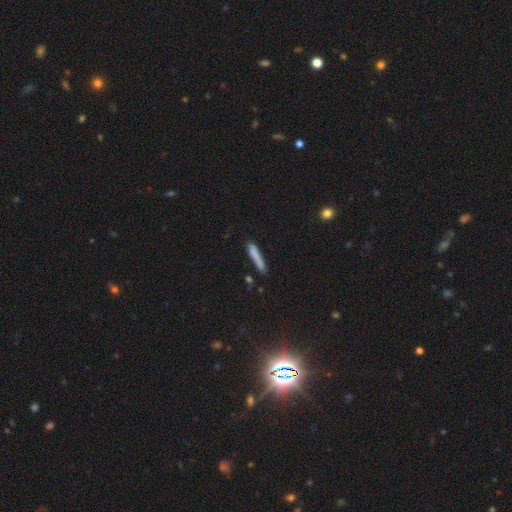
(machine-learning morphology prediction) smooth_or_featured: smooth (p=0.77) [alt: featured or disk p=0.15]
how_rounded: cigar-shaped (p=0.92) [alt: in between p=0.06]
merging: none (p=0.64) [alt: minor disturbance p=0.21]